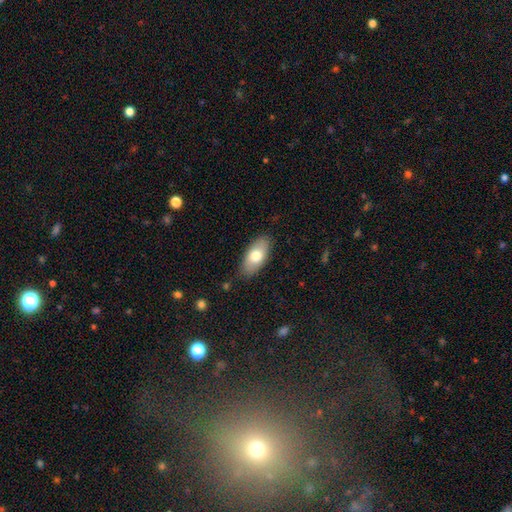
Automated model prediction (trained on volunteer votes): smooth 73%, featured or disk 21%, star or artifact 6%. Down the decision tree: how rounded — in between (91%); merging — none (84%).